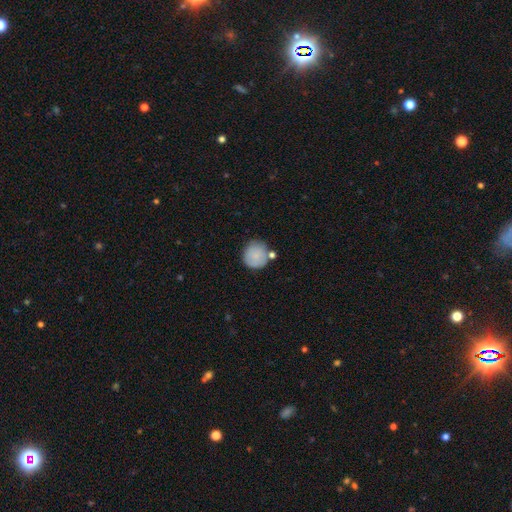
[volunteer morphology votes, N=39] type=smooth (79%); roundness=round (97%); merging=none (53%).